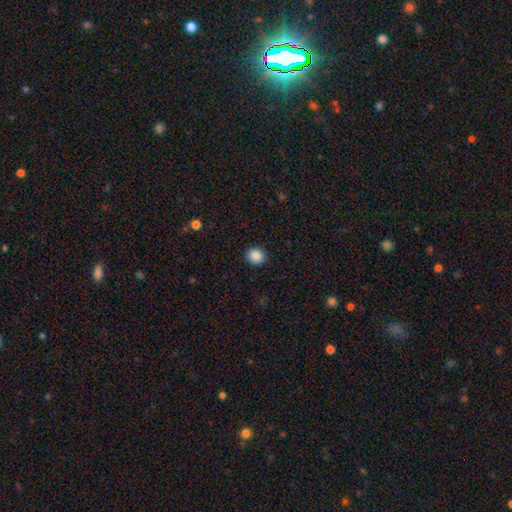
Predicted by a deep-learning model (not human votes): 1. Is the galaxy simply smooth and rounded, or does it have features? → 88% smooth, 9% star or artifact, 3% featured or disk.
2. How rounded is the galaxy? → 81% round, 18% in between, 1% cigar-shaped.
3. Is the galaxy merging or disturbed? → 91% none, 6% minor disturbance, 2% major disturbance, 1% merger.